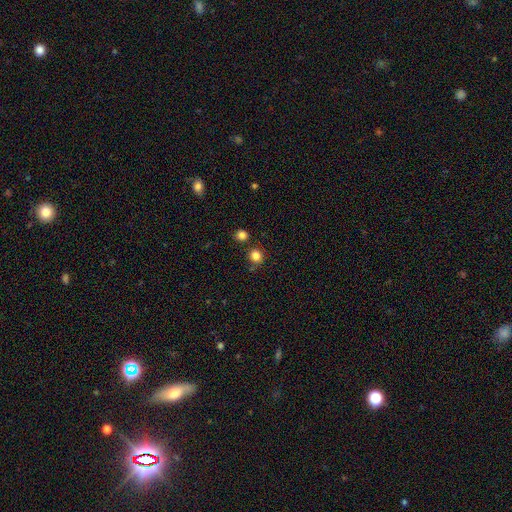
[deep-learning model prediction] Smooth or featured?
  - smooth: 83% *
  - star or artifact: 12%
  - featured or disk: 5%
How rounded?
  - round: 88% *
  - in between: 11%
  - cigar-shaped: 1%
Merging?
  - none: 78% *
  - minor disturbance: 10%
  - merger: 8%
  - major disturbance: 3%